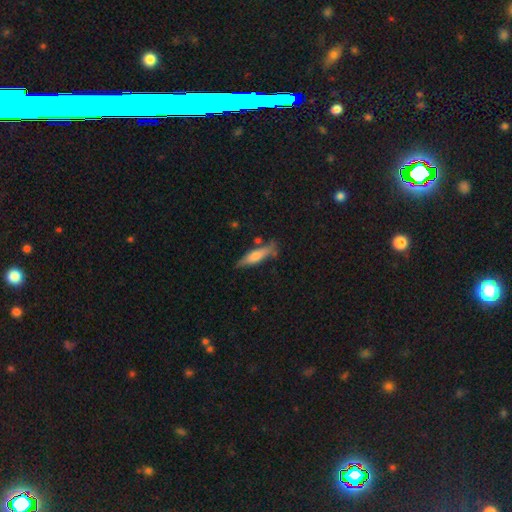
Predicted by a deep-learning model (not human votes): Smooth or featured: smooth — 66% (featured or disk — 28%)
How rounded: cigar-shaped — 70% (in between — 28%)
Merging: none — 66% (minor disturbance — 22%)